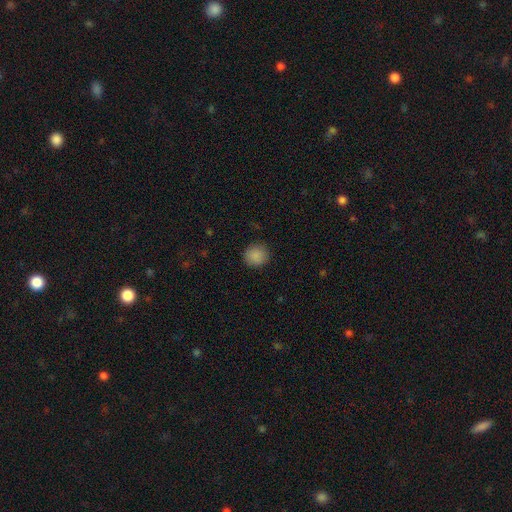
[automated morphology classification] smooth 88%, star or artifact 9%, featured or disk 3%. Down the decision tree: how rounded — round (88%); merging — none (89%).